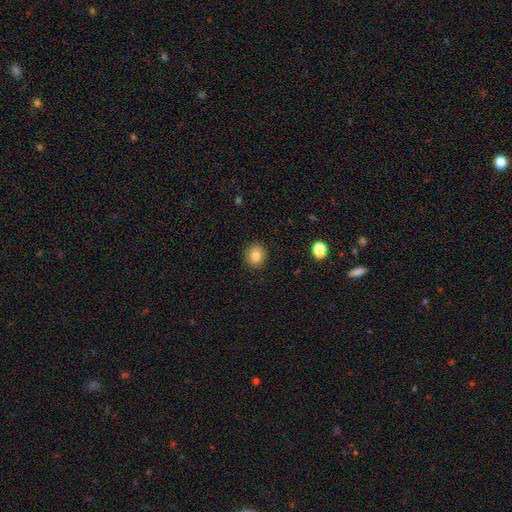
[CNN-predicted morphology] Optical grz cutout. It shows a smooth galaxy with no disk features (84%) that is round (82%). Merging: none (89%).